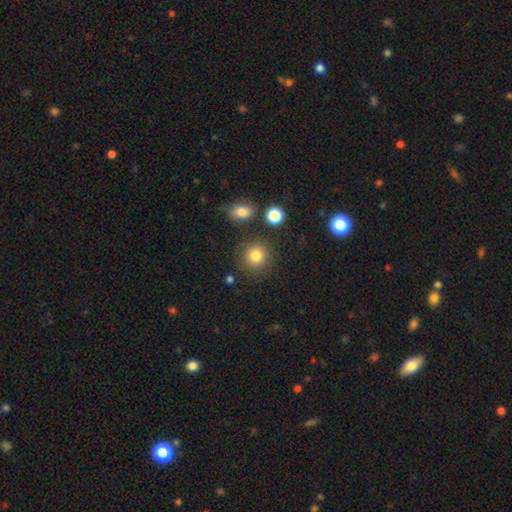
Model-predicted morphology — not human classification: Smooth or featured?
  - smooth: 81% *
  - star or artifact: 13%
  - featured or disk: 6%
How rounded?
  - round: 89% *
  - in between: 10%
  - cigar-shaped: 1%
Merging?
  - none: 83% *
  - minor disturbance: 9%
  - merger: 4%
  - major disturbance: 4%